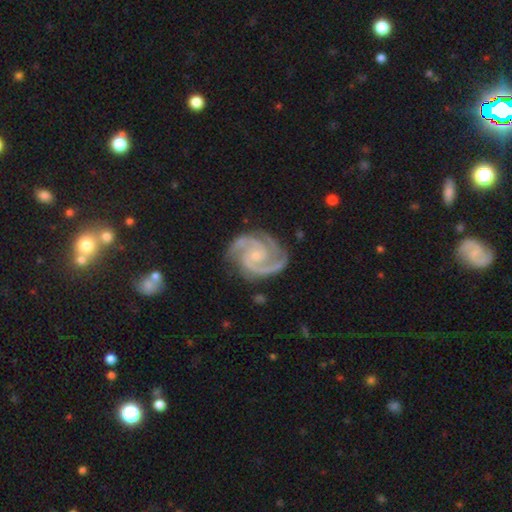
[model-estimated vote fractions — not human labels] The model was most divided on "spiral winding": tight: 55%, medium: 41%, loose: 4%. More confident: spiral arms — yes (99%); edge-on disk — no (98%); smooth or featured — featured or disk (94%); merging — none (79%); spiral arm count — 2 (75%); bulge size — small (73%); bar — no (65%).